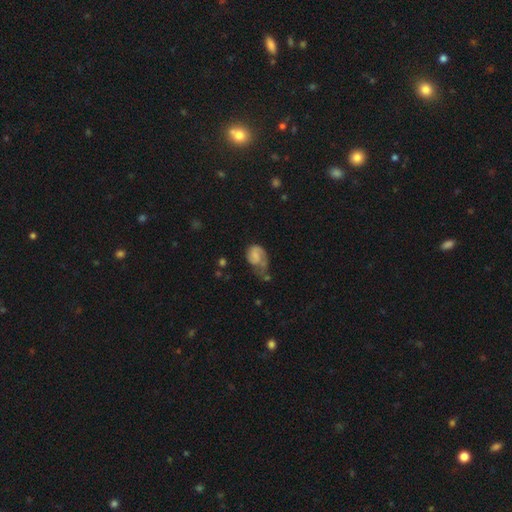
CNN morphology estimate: Smooth or featured: featured or disk — 46% (tied with smooth — 46%)
Merging: major disturbance — 37% (minor disturbance — 30%)